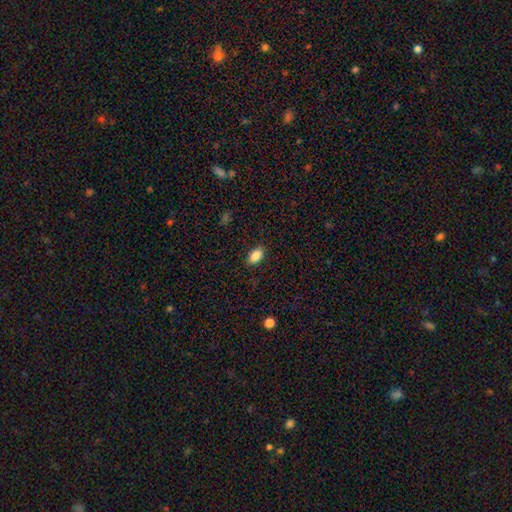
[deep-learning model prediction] Overall: smooth (86%). How rounded: in between (91%). Merging: none (87%).